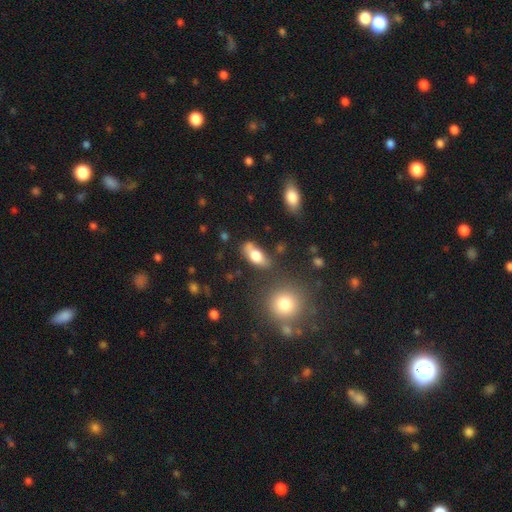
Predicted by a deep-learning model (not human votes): Smooth or featured? smooth (72%)
How rounded? in between (84%)
Merging? none (58%)